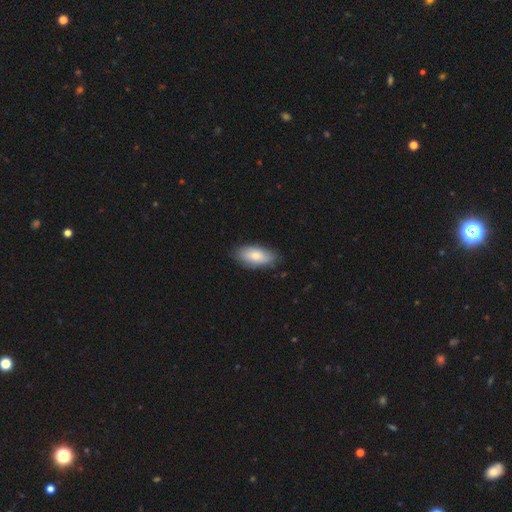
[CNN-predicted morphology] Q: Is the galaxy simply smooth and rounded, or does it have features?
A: smooth — 77%.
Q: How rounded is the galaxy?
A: in between — 90%.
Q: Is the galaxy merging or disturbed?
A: none — 78%.